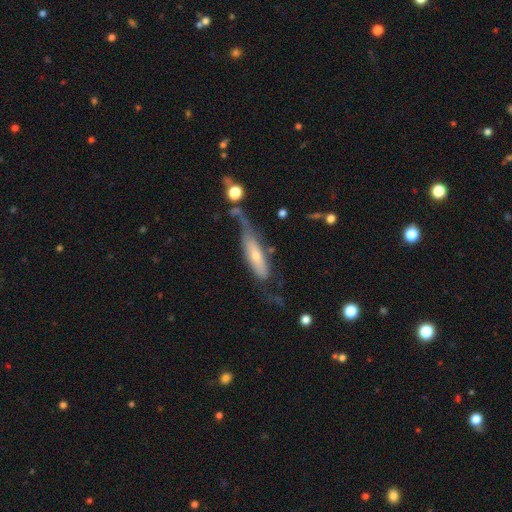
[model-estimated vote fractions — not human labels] Morphology: type=smooth (51%); roundness=cigar-shaped (56%); merging=major disturbance (32%).